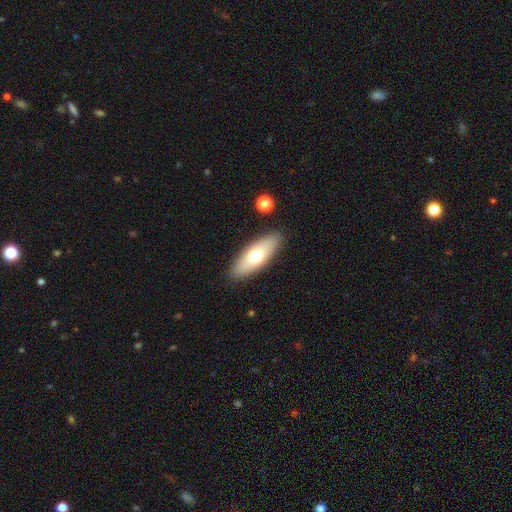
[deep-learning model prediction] This is likely a smooth galaxy (63%). How rounded: likely in between (65%). Merging: clearly none (88%).